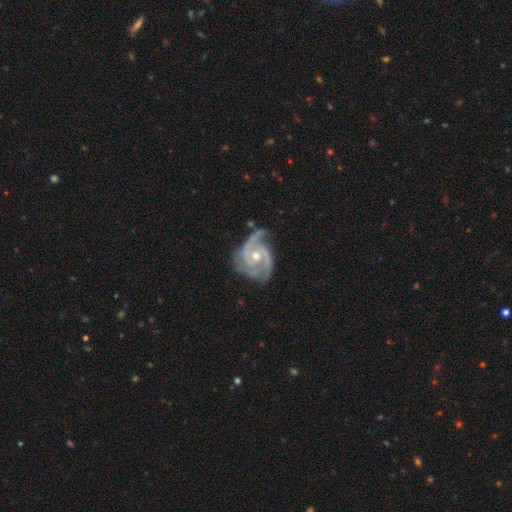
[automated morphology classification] smooth_or_featured: featured or disk (p=0.92) [alt: star or artifact p=0.04]
disk_edge_on: no (p=0.98) [alt: yes p=0.02]
bar: no (p=0.60) [alt: weak p=0.31]
has_spiral_arms: yes (p=0.98) [alt: no p=0.02]
spiral_winding: tight (p=0.48) [alt: medium p=0.42]
spiral_arm_count: 2 (p=0.41) [alt: 3 p=0.37]
bulge_size: moderate (p=0.60) [alt: small p=0.36]
merging: none (p=0.56) [alt: minor disturbance p=0.27]